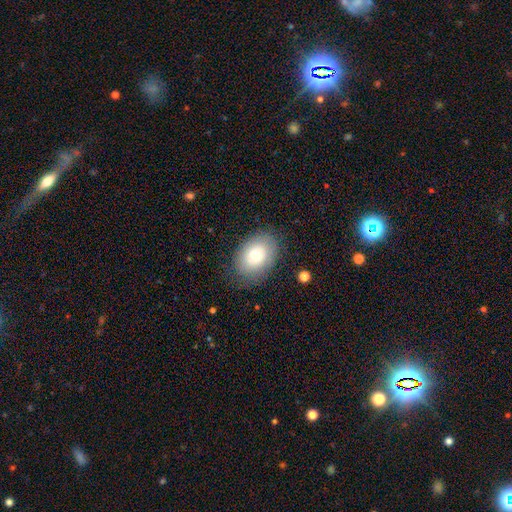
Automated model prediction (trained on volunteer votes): Smooth or featured?
  - smooth: 61% *
  - featured or disk: 30%
  - star or artifact: 9%
How rounded?
  - in between: 73% *
  - round: 26%
  - cigar-shaped: 1%
Merging?
  - none: 80% *
  - minor disturbance: 14%
  - major disturbance: 5%
  - merger: 1%